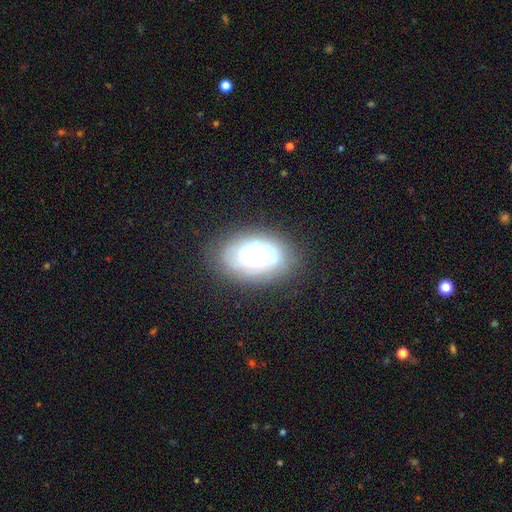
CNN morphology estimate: Smooth or featured? Predicted: featured or disk (p=0.61). Edge-on disk? Predicted: no (p=0.95). Bar? Predicted: no (p=0.79). Spiral arms? Predicted: yes (p=0.66). Bulge size? Predicted: moderate (p=0.42). Merging? Predicted: none (p=0.70).